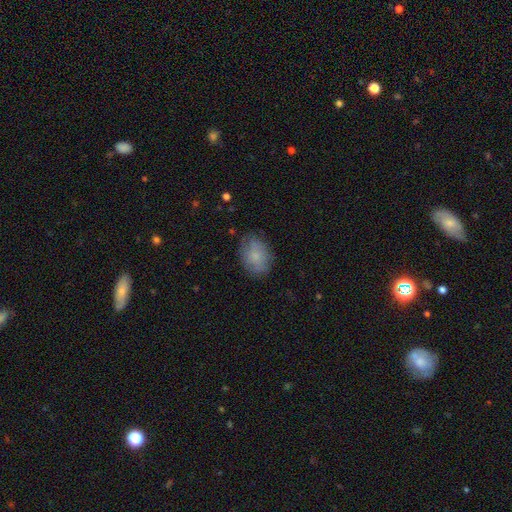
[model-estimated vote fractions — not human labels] A smooth galaxy with no disk features (75%) that is in between round and cigar-shaped (74%). Merging: none (74%).